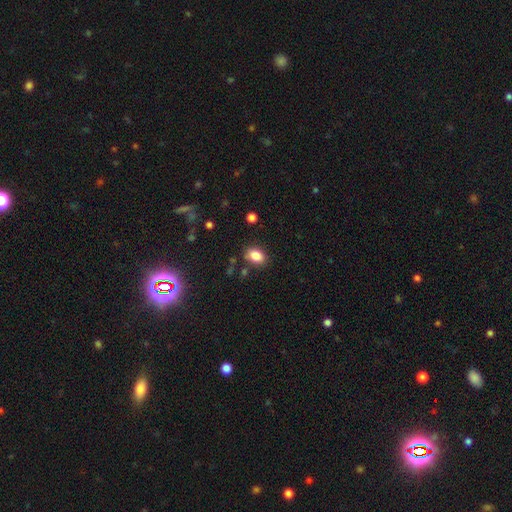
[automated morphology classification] type=smooth (85%); roundness=in between (79%); merging=none (82%).